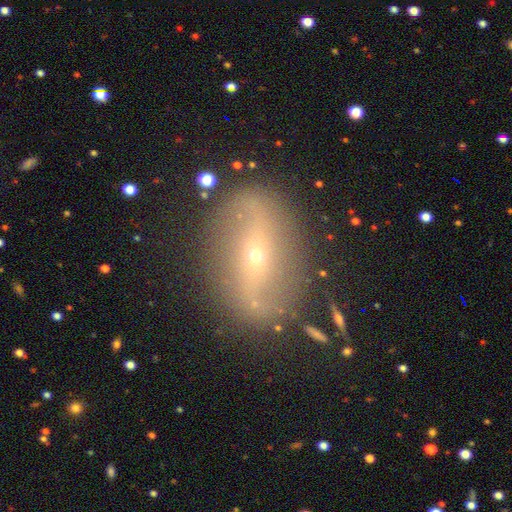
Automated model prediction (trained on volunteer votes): Smooth or featured: featured or disk — 69% (smooth — 18%)
Edge-on disk: no — 90% (yes — 10%)
Bar: no — 42% (strong — 32%)
Spiral arms: yes — 63% (no — 37%)
Bulge size: small — 81% (moderate — 15%)
Merging: none — 82% (minor disturbance — 11%)